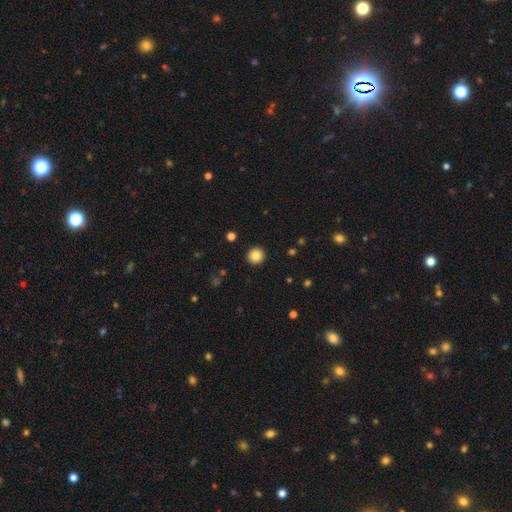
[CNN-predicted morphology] Q: Smooth or featured?
A: smooth (85%); runner-up: star or artifact (10%)
Q: How rounded?
A: round (95%); runner-up: in between (4%)
Q: Merging?
A: none (93%); runner-up: minor disturbance (4%)